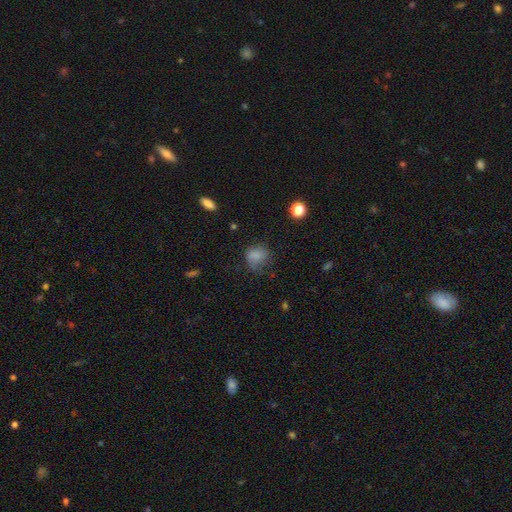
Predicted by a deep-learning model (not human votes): smooth_or_featured: smooth (p=0.79) [alt: star or artifact p=0.12]
how_rounded: round (p=0.58) [alt: in between p=0.40]
merging: none (p=0.53) [alt: minor disturbance p=0.29]